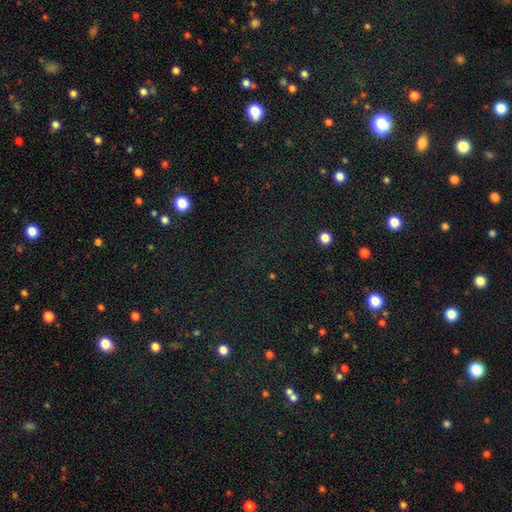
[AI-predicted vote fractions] This is likely a star or artifact rather than a galaxy (73%).